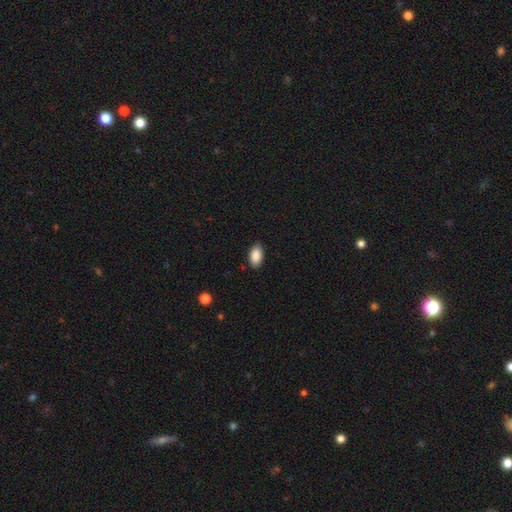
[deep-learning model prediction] Smooth or featured: smooth — 88% (star or artifact — 7%)
How rounded: in between — 94% (round — 4%)
Merging: none — 85% (minor disturbance — 12%)